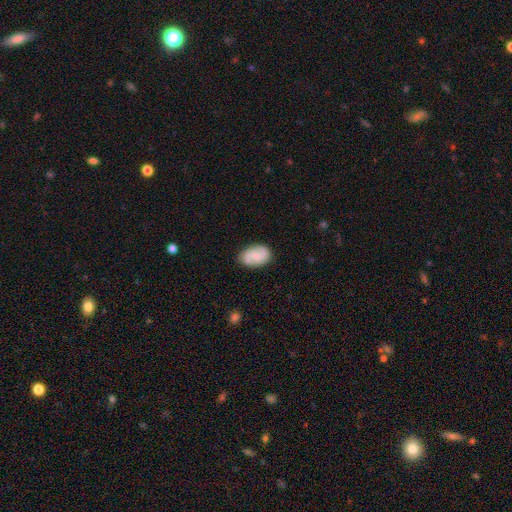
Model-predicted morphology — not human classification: Q: Smooth or featured?
A: featured or disk (58%); runner-up: smooth (36%)
Q: Edge-on disk?
A: no (97%); runner-up: yes (3%)
Q: Bar?
A: no (53%); runner-up: weak (41%)
Q: Spiral arms?
A: yes (91%); runner-up: no (9%)
Q: Spiral winding?
A: medium (47%); runner-up: tight (27%)
Q: Spiral arm count?
A: 2 (87%); runner-up: can't tell (7%)
Q: Bulge size?
A: small (46%); runner-up: moderate (35%)
Q: Merging?
A: none (82%); runner-up: minor disturbance (14%)